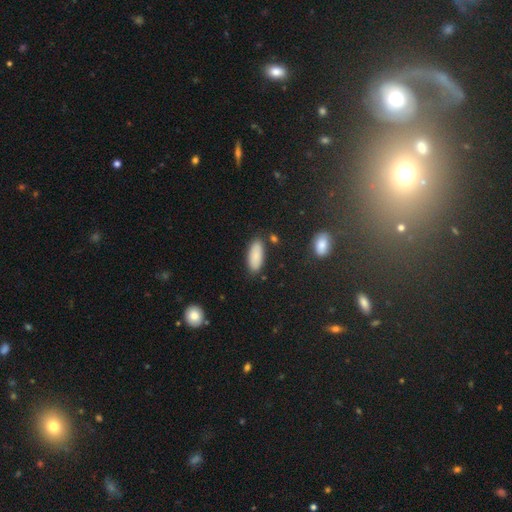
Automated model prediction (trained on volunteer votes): Smooth or featured? smooth (87%)
How rounded? in between (79%)
Merging? none (83%)